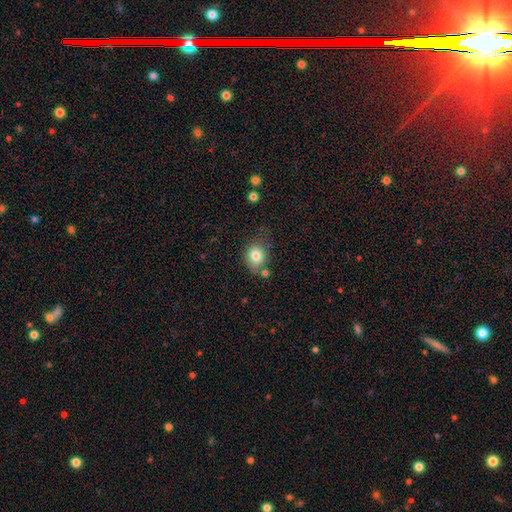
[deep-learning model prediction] Overall: smooth (80%). How rounded: round (56%; in between 43%). Merging: none (59%; minor disturbance 25%).